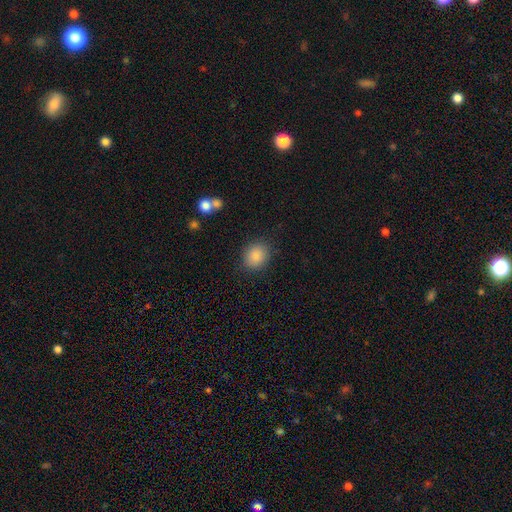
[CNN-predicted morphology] The model was most divided on "how rounded": round: 67%, in between: 32%, cigar-shaped: 1%. More confident: merging — none (87%); smooth or featured — smooth (83%).